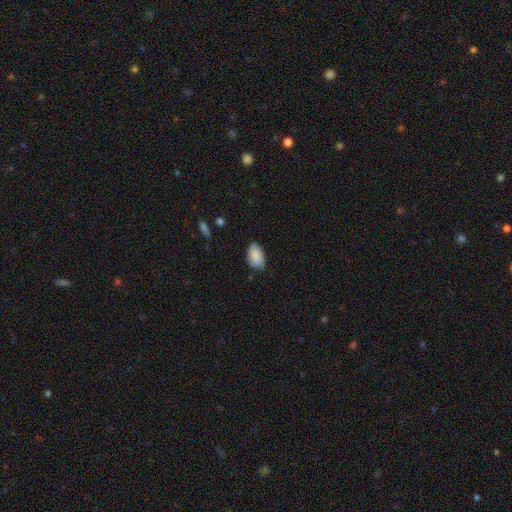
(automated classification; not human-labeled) smooth-or-featured: smooth: 86% | featured or disk: 8% | star or artifact: 7%
  how-rounded: in between: 93% | round: 6% | cigar-shaped: 2%
  merging: none: 70% | minor disturbance: 25% | major disturbance: 4% | merger: 1%